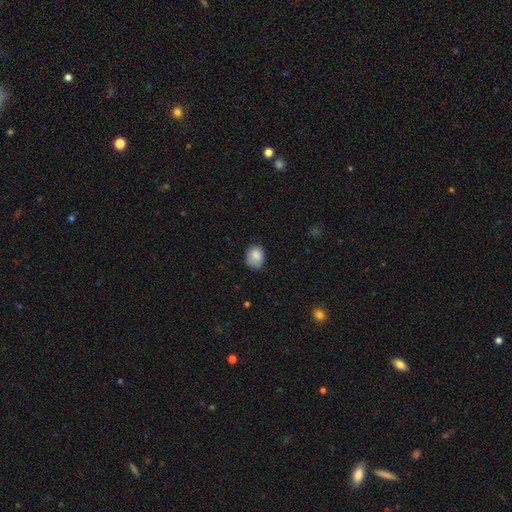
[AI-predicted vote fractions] Smooth or featured?
  - smooth: 84% *
  - star or artifact: 8%
  - featured or disk: 8%
How rounded?
  - in between: 55% *
  - round: 44%
  - cigar-shaped: 1%
Merging?
  - none: 62% *
  - minor disturbance: 30%
  - major disturbance: 6%
  - merger: 2%